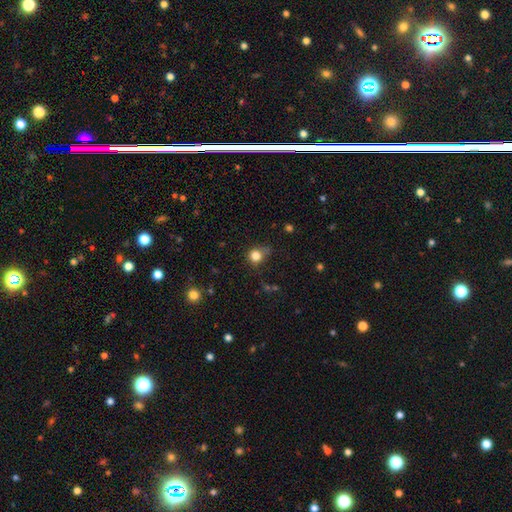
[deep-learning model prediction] smooth-or-featured: smooth: 81% | star or artifact: 13% | featured or disk: 6%
  how-rounded: round: 84% | in between: 15% | cigar-shaped: 1%
  merging: none: 61% | minor disturbance: 27% | major disturbance: 9% | merger: 4%